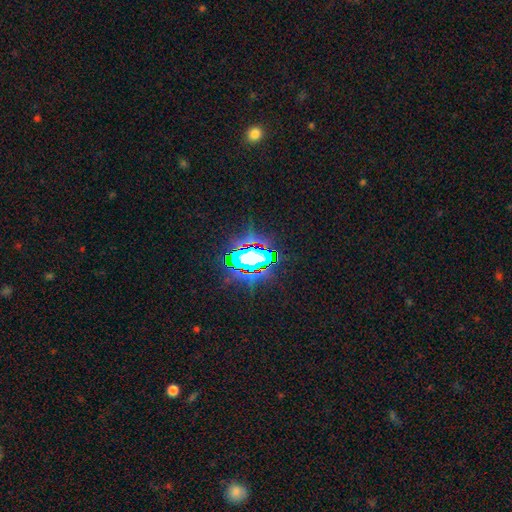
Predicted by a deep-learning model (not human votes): A star or artifact, not a galaxy (65%).

Vote fractions:
- Smooth or featured? star or artifact: 65% / featured or disk: 18% / smooth: 17%